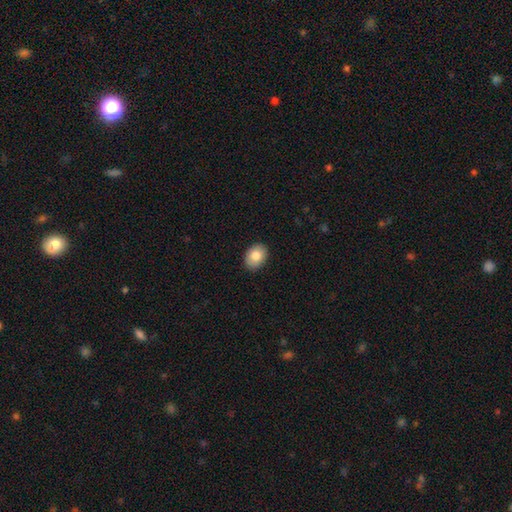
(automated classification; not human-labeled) Smooth or featured? Predicted: smooth (p=0.83). How rounded? Predicted: in between (p=0.73). Merging? Predicted: none (p=0.89).